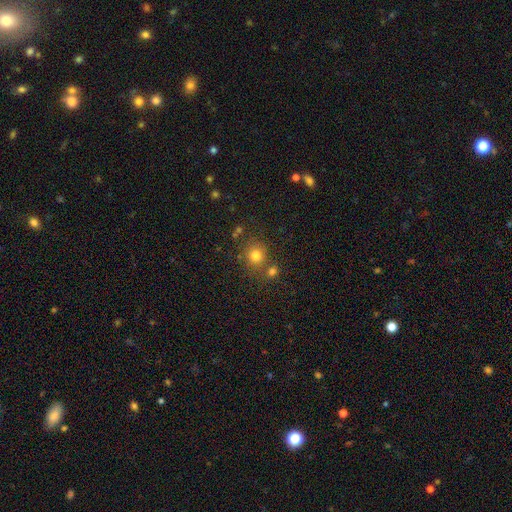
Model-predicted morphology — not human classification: This appears to be a smooth galaxy with no disk features (77%) that is round (83%). Merging: none (69%).